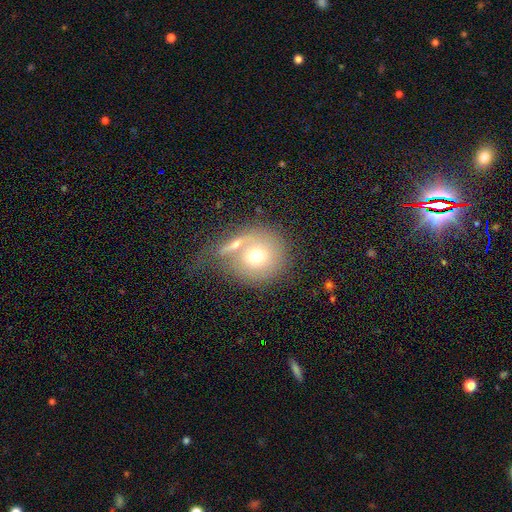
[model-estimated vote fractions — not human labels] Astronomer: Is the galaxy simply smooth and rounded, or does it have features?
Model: smooth — 62%.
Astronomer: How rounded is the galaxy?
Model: round — 88%.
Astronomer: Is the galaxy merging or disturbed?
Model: none — 41% (runner-up: merger, 34%).